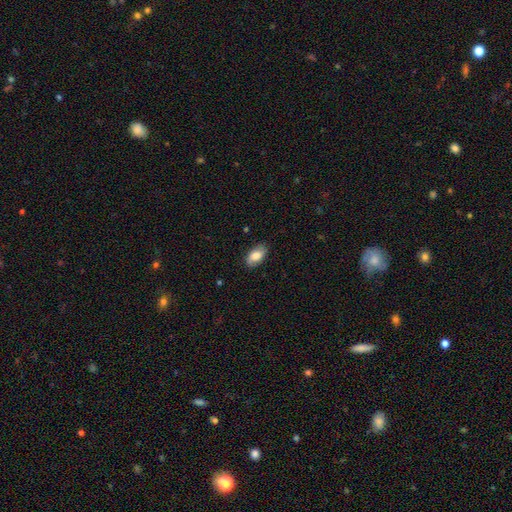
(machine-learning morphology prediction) Q: Smooth or featured?
A: smooth (76%); runner-up: featured or disk (17%)
Q: How rounded?
A: in between (93%); runner-up: round (5%)
Q: Merging?
A: none (85%); runner-up: minor disturbance (12%)